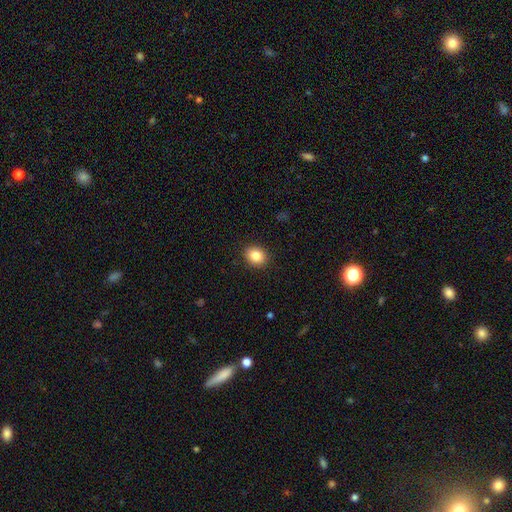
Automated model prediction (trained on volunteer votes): Overall: smooth (85%). How rounded: round (55%; in between 44%). Merging: none (90%).